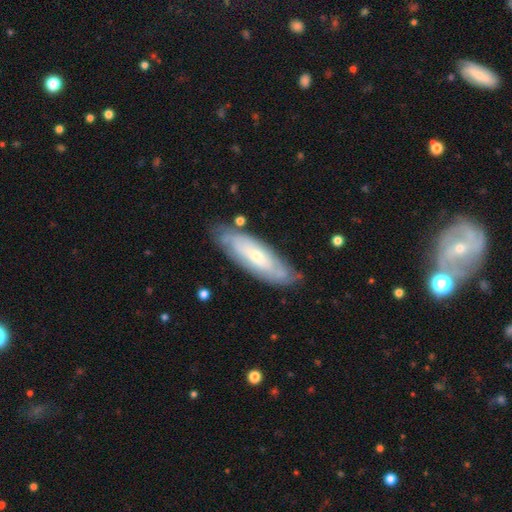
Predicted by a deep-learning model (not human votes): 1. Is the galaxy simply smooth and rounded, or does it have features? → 61% featured or disk, 33% smooth, 6% star or artifact.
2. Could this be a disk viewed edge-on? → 75% no, 25% yes.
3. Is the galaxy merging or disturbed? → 76% none, 17% minor disturbance, 4% major disturbance, 2% merger.